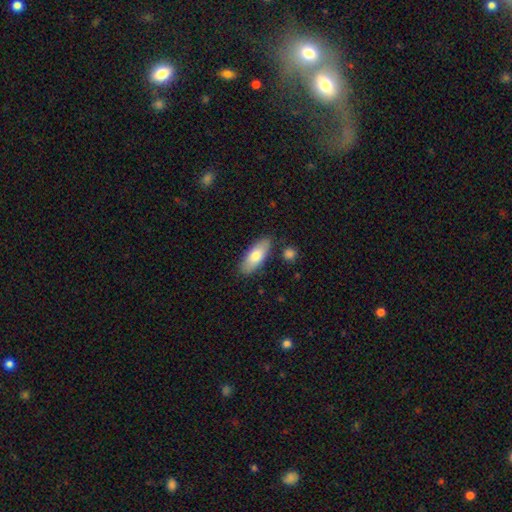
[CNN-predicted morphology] This is likely a smooth galaxy (76%). How rounded: likely in between (77%). Merging: clearly none (83%).